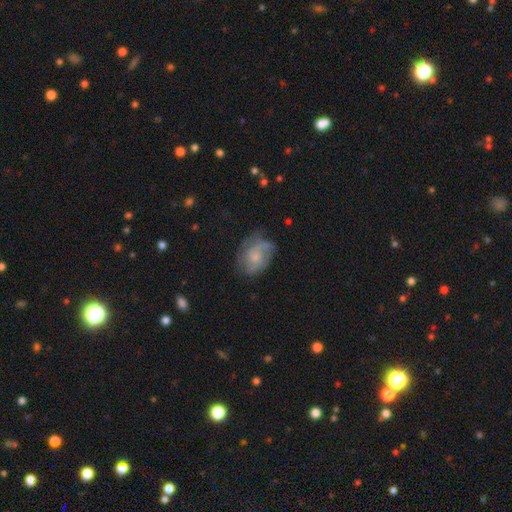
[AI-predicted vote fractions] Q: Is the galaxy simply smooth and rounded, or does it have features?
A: featured or disk — 52%.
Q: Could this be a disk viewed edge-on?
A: no — 97%.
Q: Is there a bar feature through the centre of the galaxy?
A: no — 77%.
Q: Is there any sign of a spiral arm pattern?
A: yes — 70%.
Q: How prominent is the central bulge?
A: small — 53%.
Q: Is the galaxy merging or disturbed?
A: none — 50%.